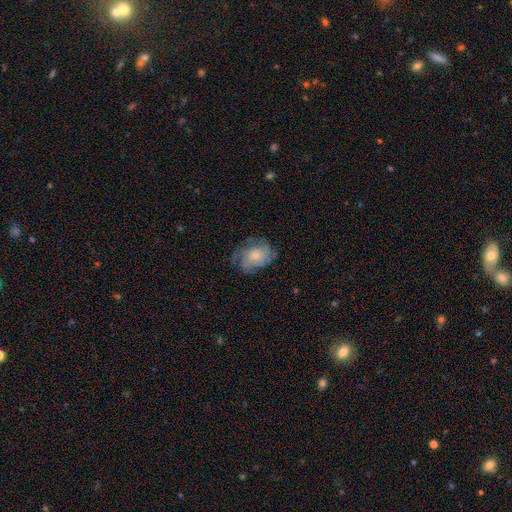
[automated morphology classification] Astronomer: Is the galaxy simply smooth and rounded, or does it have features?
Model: featured or disk — 50% (runner-up: smooth, 41%).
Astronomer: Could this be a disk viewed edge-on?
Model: no — 97%.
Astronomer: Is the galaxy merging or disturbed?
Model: none — 59%.